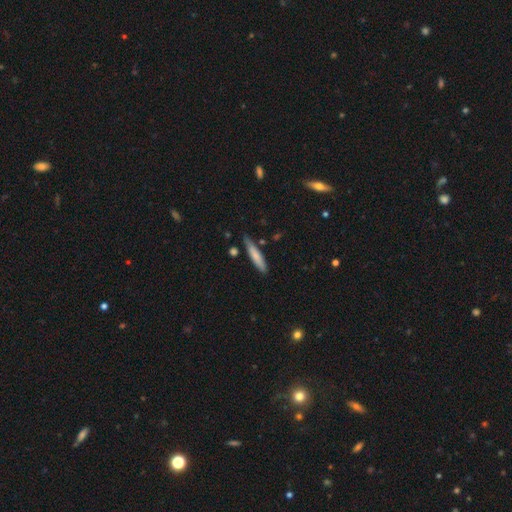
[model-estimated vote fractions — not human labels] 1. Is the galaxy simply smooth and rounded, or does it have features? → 74% smooth, 20% featured or disk, 6% star or artifact.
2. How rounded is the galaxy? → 87% cigar-shaped, 11% in between, 1% round.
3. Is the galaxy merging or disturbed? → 77% none, 17% minor disturbance, 4% merger, 3% major disturbance.